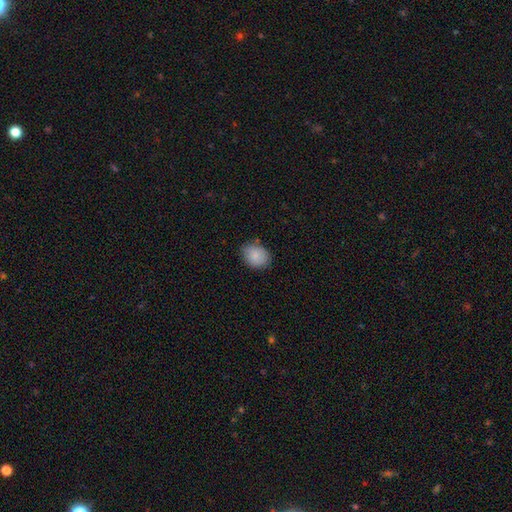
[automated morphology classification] type=smooth (86%); roundness=in between (56%); merging=none (78%).